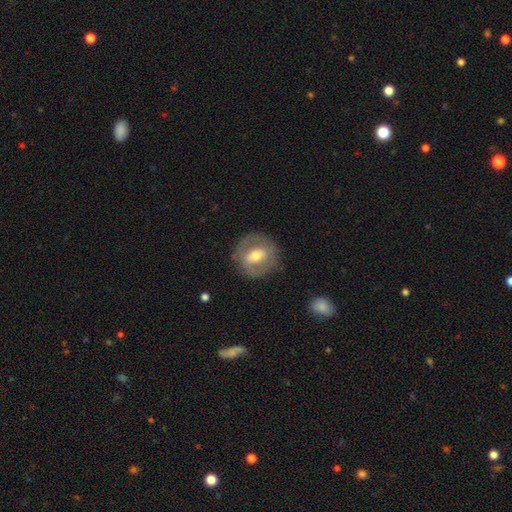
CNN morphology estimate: Smooth or featured? featured or disk (53%)
Edge-on disk? no (93%)
Merging? none (79%)